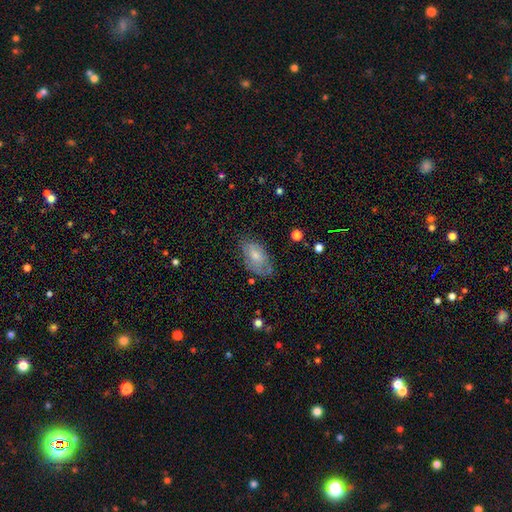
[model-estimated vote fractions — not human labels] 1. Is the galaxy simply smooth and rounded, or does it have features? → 56% smooth, 36% featured or disk, 7% star or artifact.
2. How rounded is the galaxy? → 92% in between, 5% round, 3% cigar-shaped.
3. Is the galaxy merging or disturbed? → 63% none, 27% minor disturbance, 9% major disturbance, 2% merger.